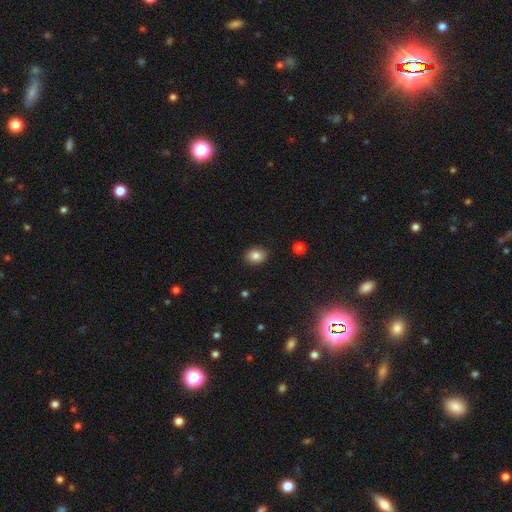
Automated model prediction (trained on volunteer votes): smooth_or_featured: smooth (p=0.84) [alt: star or artifact p=0.10]
how_rounded: in between (p=0.54) [alt: round p=0.45]
merging: none (p=0.89) [alt: minor disturbance p=0.07]